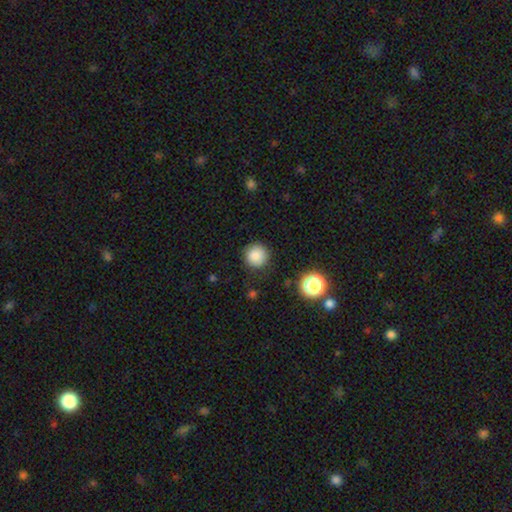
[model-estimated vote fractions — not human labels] Q: Smooth or featured?
A: smooth (85%); runner-up: star or artifact (11%)
Q: How rounded?
A: round (95%); runner-up: in between (4%)
Q: Merging?
A: none (89%); runner-up: minor disturbance (7%)